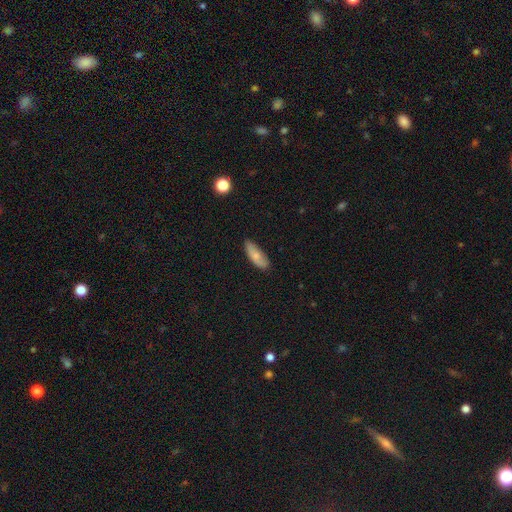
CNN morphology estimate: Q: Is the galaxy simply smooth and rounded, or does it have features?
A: smooth — 75%.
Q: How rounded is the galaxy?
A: in between — 71%.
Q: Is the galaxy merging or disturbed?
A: none — 72%.